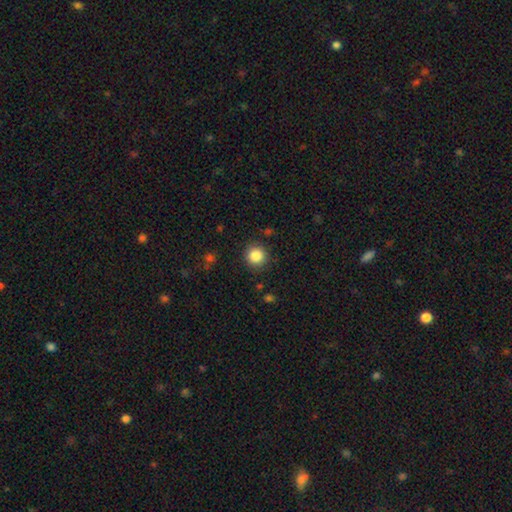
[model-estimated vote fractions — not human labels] smooth_or_featured: smooth (p=0.85) [alt: star or artifact p=0.10]
how_rounded: round (p=0.94) [alt: in between p=0.05]
merging: none (p=0.89) [alt: minor disturbance p=0.07]